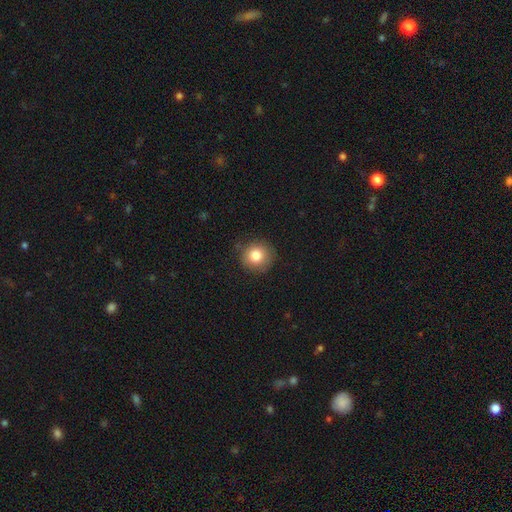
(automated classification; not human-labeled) A smooth galaxy with no disk features (83%) that is round (91%). Merging: none (83%).